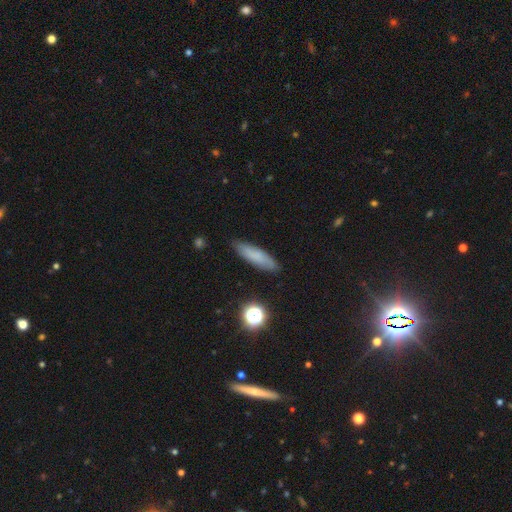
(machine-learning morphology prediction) Smooth or featured: smooth — 75% (featured or disk — 16%)
How rounded: cigar-shaped — 68% (in between — 29%)
Merging: none — 85% (minor disturbance — 11%)